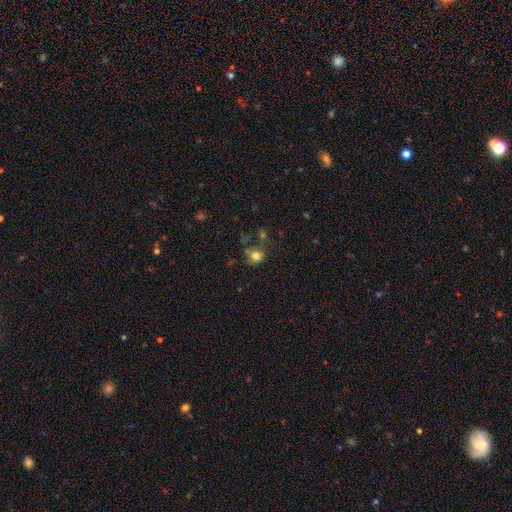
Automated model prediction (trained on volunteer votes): smooth 80%, star or artifact 13%, featured or disk 7%. Down the decision tree: how rounded — round (81%); merging — none (63%).